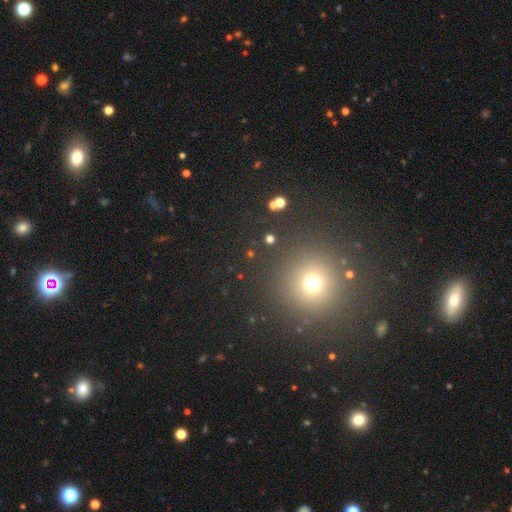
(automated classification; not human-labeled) A smooth galaxy with no disk features (53%) that is round (93%). Merging: none (88%).